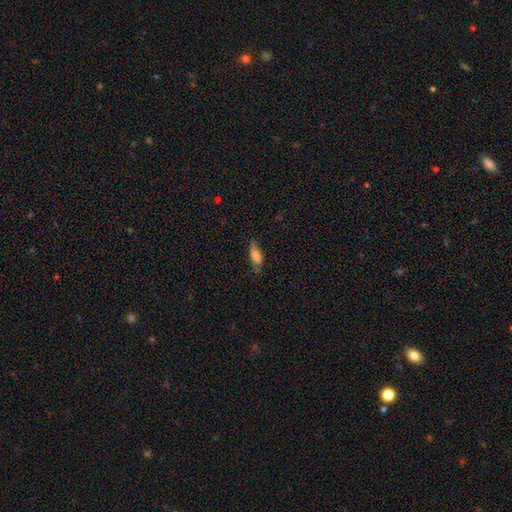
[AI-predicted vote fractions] A smooth galaxy with no disk features (73%) that is in between round and cigar-shaped (71%).

Vote fractions:
- Smooth or featured? smooth: 73% / featured or disk: 20% / star or artifact: 7%
- How rounded? in between: 71% / cigar-shaped: 26% / round: 3%
- Merging? none: 68% / minor disturbance: 25% / major disturbance: 6% / merger: 2%